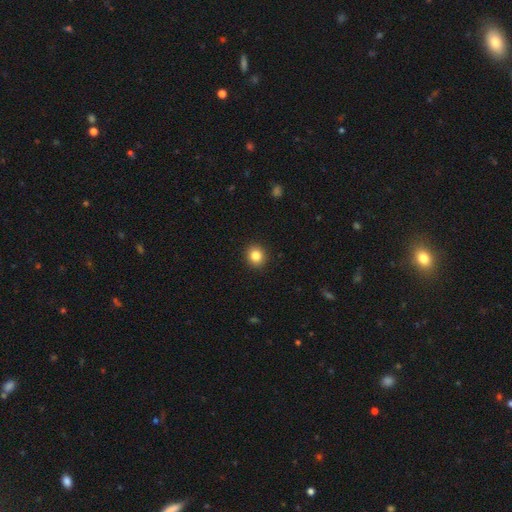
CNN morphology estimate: smooth 84%, star or artifact 10%, featured or disk 6%. Down the decision tree: how rounded — round (83%); merging — none (92%).